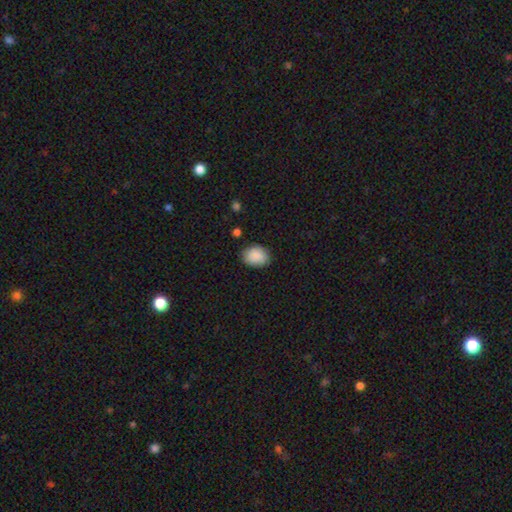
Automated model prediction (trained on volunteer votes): Overall: smooth (89%). How rounded: in between (61%; round 38%). Merging: none (82%).